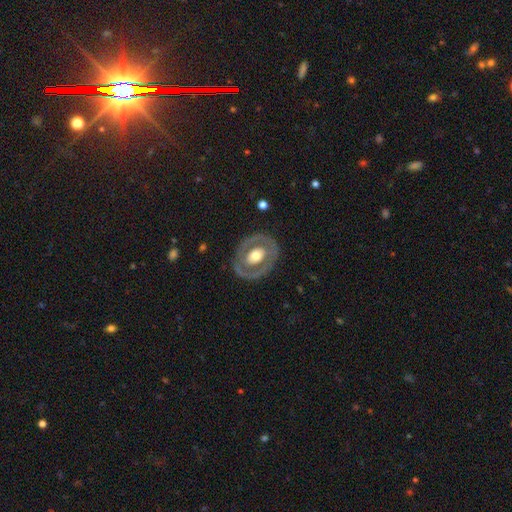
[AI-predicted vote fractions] smooth-or-featured: featured or disk: 63% | smooth: 32% | star or artifact: 5%
  disk-edge-on: no: 94% | yes: 6%
    bar: no: 73% | weak: 18% | strong: 10%
    has-spiral-arms: no: 79% | yes: 21%
    bulge-size: moderate: 55% | large: 35% | small: 6% | dominant: 2% | none: 1%
  merging: none: 80% | minor disturbance: 12% | major disturbance: 7% | merger: 1%